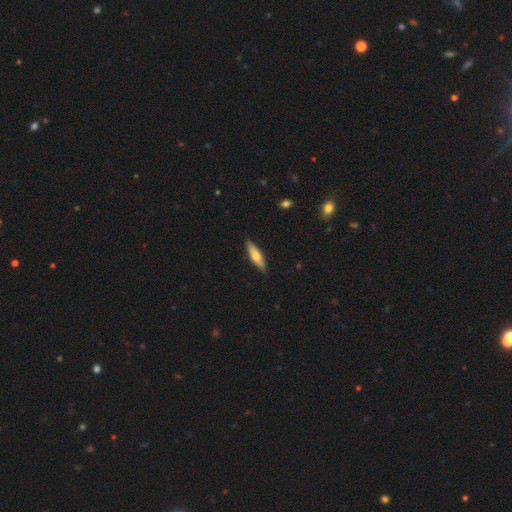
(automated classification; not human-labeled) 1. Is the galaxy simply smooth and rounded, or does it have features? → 62% smooth, 33% featured or disk, 6% star or artifact.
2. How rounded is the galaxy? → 70% cigar-shaped, 28% in between, 2% round.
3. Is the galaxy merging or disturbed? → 88% none, 10% minor disturbance, 2% major disturbance, 1% merger.